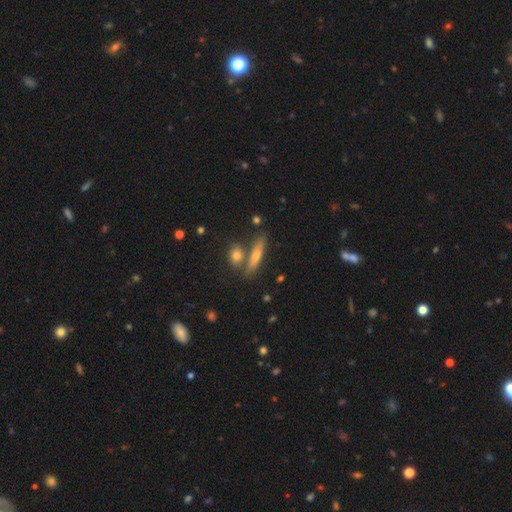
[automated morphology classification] smooth_or_featured: smooth (p=0.51) [alt: featured or disk p=0.38]
how_rounded: cigar-shaped (p=0.79) [alt: in between p=0.18]
merging: none (p=0.71) [alt: merger p=0.16]